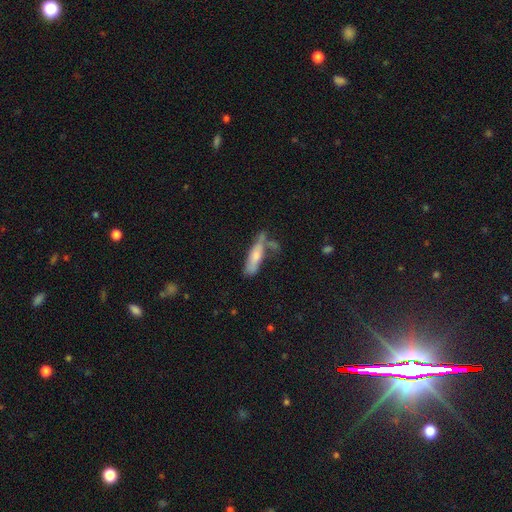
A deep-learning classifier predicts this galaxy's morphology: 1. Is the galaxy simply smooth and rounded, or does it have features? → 66% smooth, 27% featured or disk, 7% star or artifact.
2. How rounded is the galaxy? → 59% cigar-shaped, 39% in between, 2% round.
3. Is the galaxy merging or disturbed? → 42% none, 25% minor disturbance, 19% merger, 14% major disturbance.